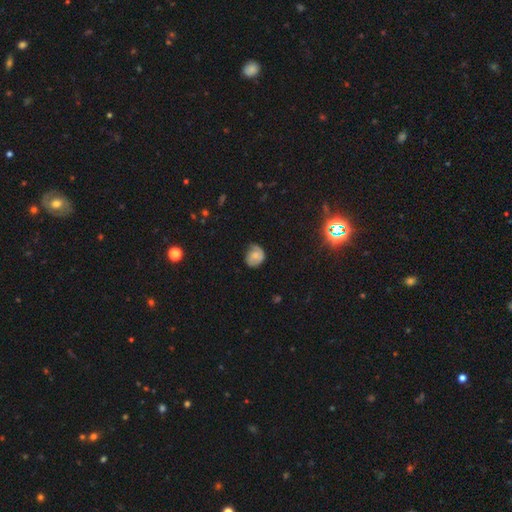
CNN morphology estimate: This is possibly a smooth galaxy (57%). How rounded: likely round (63%). Merging: possibly none (55%).